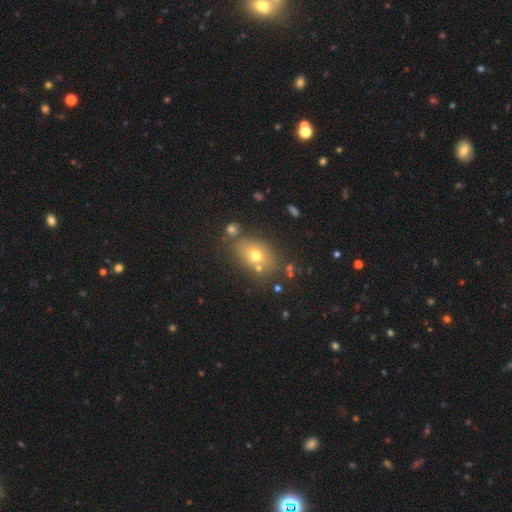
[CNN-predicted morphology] smooth-or-featured: smooth: 67% | featured or disk: 18% | star or artifact: 15%
  how-rounded: in between: 69% | round: 29% | cigar-shaped: 1%
  merging: none: 69% | merger: 13% | minor disturbance: 13% | major disturbance: 5%